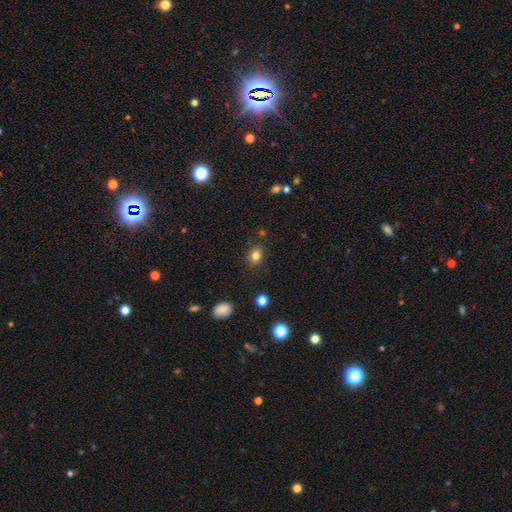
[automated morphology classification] smooth_or_featured: smooth (p=0.82) [alt: star or artifact p=0.12]
how_rounded: in between (p=0.50) [alt: round p=0.49]
merging: none (p=0.83) [alt: minor disturbance p=0.12]